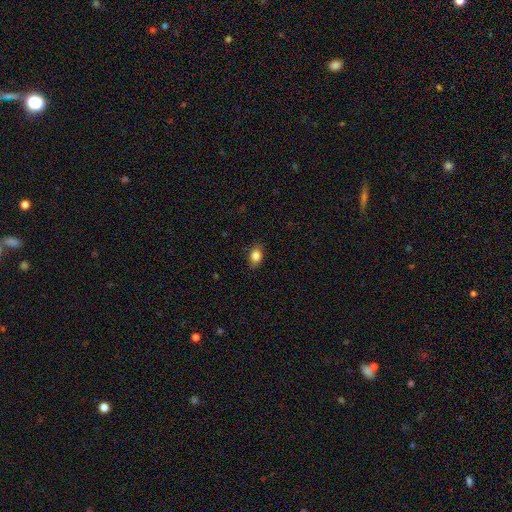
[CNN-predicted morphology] Smooth or featured: smooth — 83% (star or artifact — 9%)
How rounded: in between — 77% (round — 21%)
Merging: none — 84% (minor disturbance — 13%)